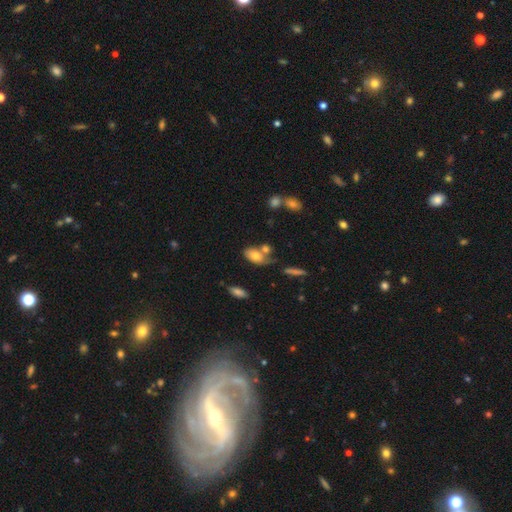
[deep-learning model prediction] A smooth galaxy with no disk features (74%) that is in between round and cigar-shaped (90%). Merging: none (44%).